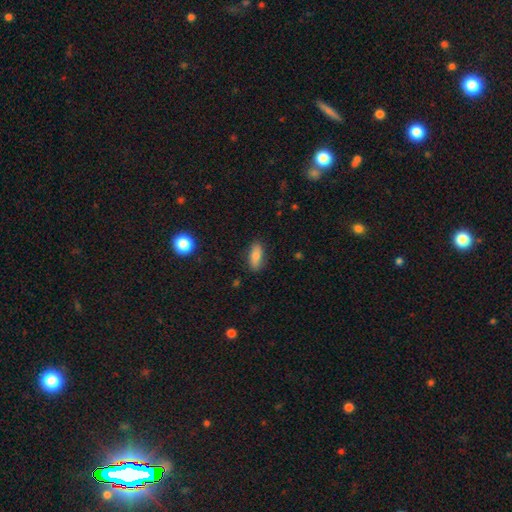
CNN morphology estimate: A smooth galaxy with no disk features (80%) that is in between round and cigar-shaped (79%).

Vote fractions:
- Smooth or featured? smooth: 80% / featured or disk: 13% / star or artifact: 8%
- How rounded? in between: 79% / cigar-shaped: 18% / round: 3%
- Merging? none: 85% / minor disturbance: 11% / major disturbance: 2% / merger: 1%